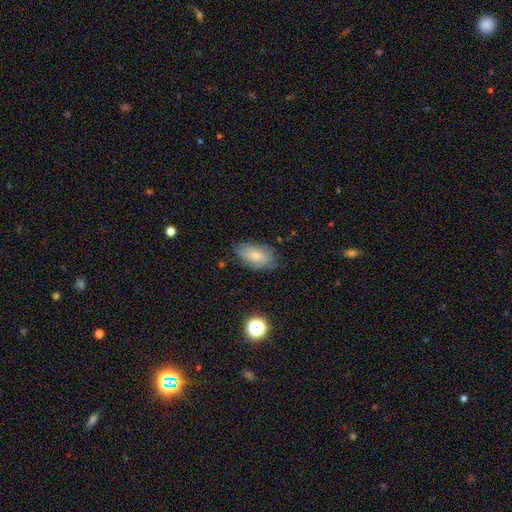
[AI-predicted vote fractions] Smooth or featured? Predicted: smooth (p=0.70). How rounded? Predicted: in between (p=0.92). Merging? Predicted: none (p=0.70).